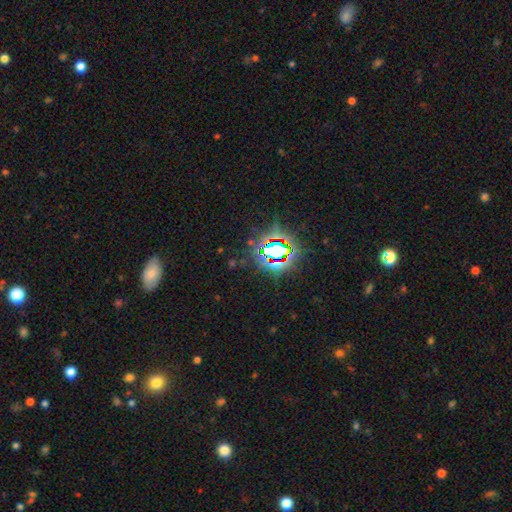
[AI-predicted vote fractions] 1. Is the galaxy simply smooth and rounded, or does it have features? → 79% star or artifact, 12% smooth, 8% featured or disk.